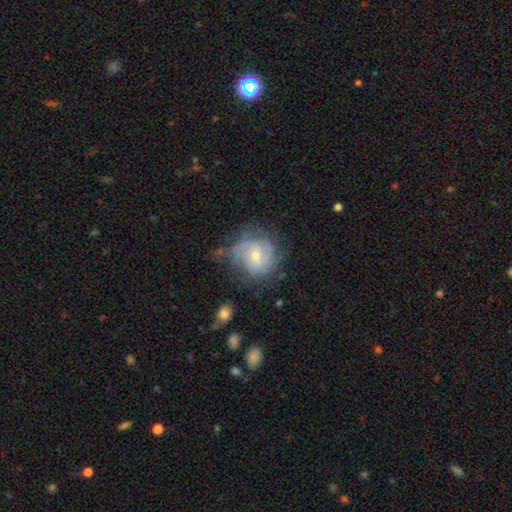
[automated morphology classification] Smooth or featured? featured or disk (77%)
Edge-on disk? no (98%)
Bar? no (63%)
Spiral arms? yes (92%)
Spiral winding? tight (56%)
Spiral arm count? can't tell (32%)
Bulge size? small (56%)
Merging? none (61%)